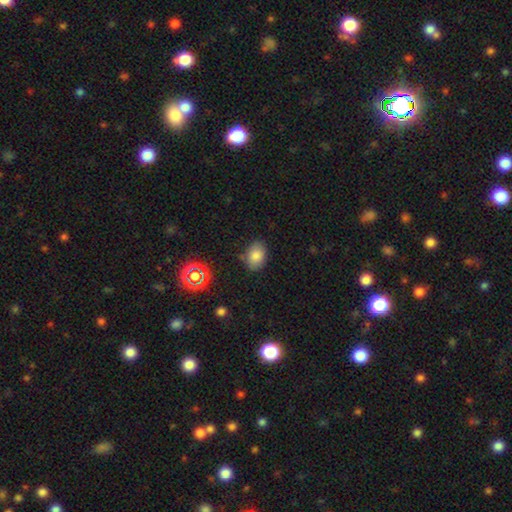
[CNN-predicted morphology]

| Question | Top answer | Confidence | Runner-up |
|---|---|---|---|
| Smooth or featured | smooth | 80% | star or artifact (12%) |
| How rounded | in between | 75% | round (24%) |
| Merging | none | 80% | minor disturbance (14%) |